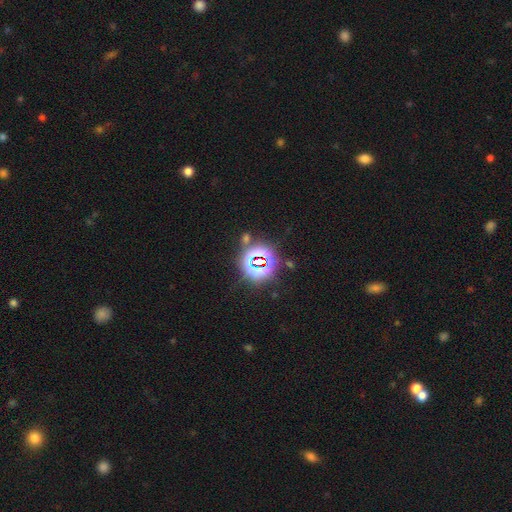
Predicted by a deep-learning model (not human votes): star or artifact 80%, smooth 13%, featured or disk 7%.